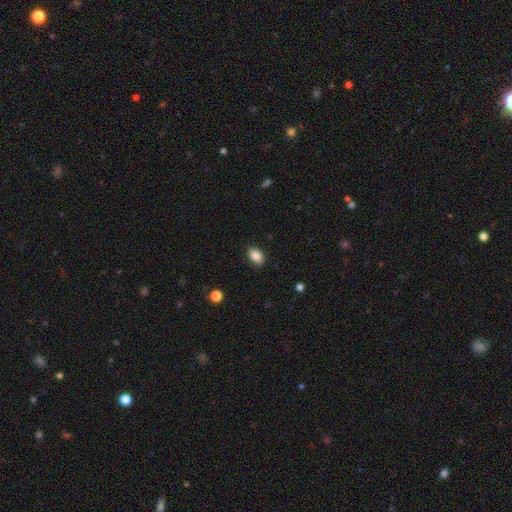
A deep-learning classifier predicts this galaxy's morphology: type=smooth (87%); roundness=in between (86%); merging=none (89%).